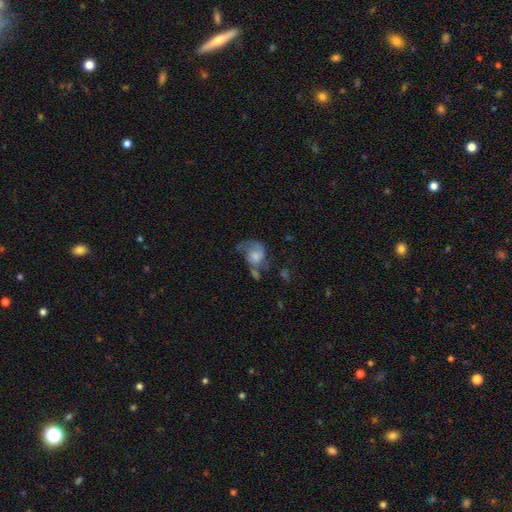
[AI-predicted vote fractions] The model was most divided on "bulge size": moderate: 36%, small: 28%, large: 17%, none: 16%, dominant: 4%. Remaining: edge-on disk — no (97%); spiral arms — yes (78%); bar — no (77%); smooth or featured — featured or disk (52%); merging — major disturbance (37%).